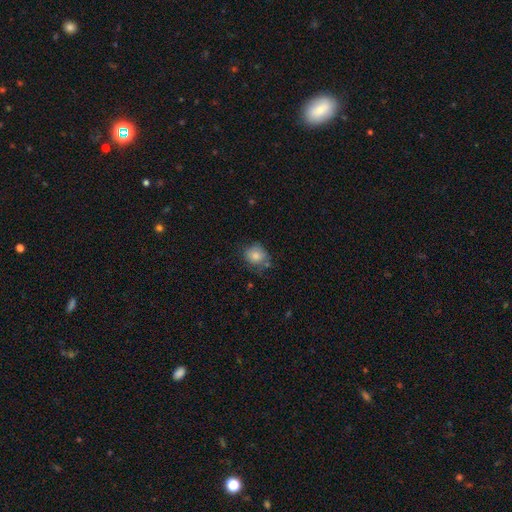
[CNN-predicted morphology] smooth_or_featured: smooth (p=0.81) [alt: star or artifact p=0.10]
how_rounded: round (p=0.74) [alt: in between p=0.25]
merging: none (p=0.67) [alt: minor disturbance p=0.23]